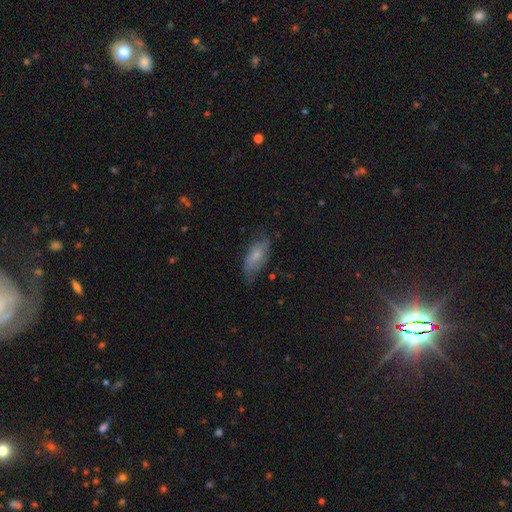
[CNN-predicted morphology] A smooth galaxy with no disk features (61%) that is in between round and cigar-shaped (81%). Merging: none (60%).